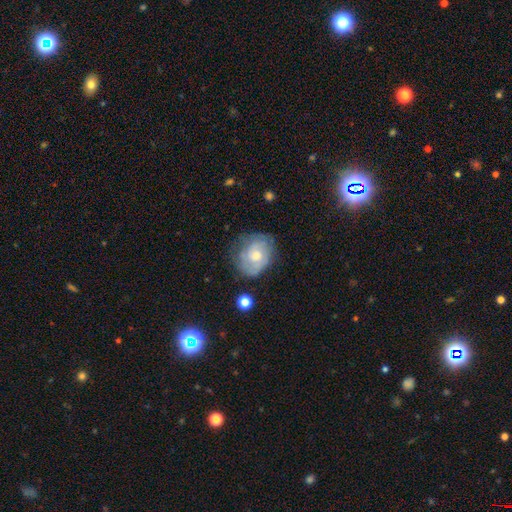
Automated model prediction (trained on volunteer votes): featured or disk 53%, smooth 40%, star or artifact 7%. Down the decision tree: edge-on disk — no (97%); bar — no (76%); spiral arms — yes (69%); bulge size — moderate (60%); merging — none (61%).